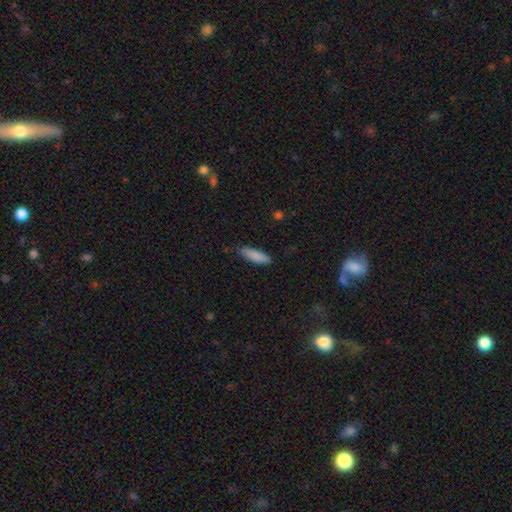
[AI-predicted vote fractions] Smooth or featured? Predicted: smooth (p=0.86). How rounded? Predicted: cigar-shaped (p=0.59). Merging? Predicted: none (p=0.77).